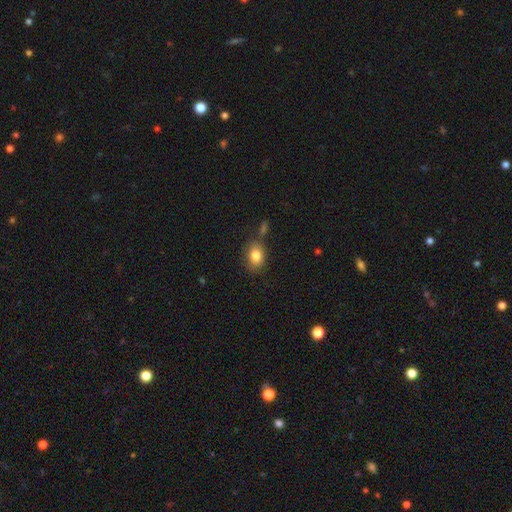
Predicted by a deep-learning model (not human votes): This appears to be a smooth galaxy with no disk features (83%) that is in between round and cigar-shaped (70%). Merging: none (73%).